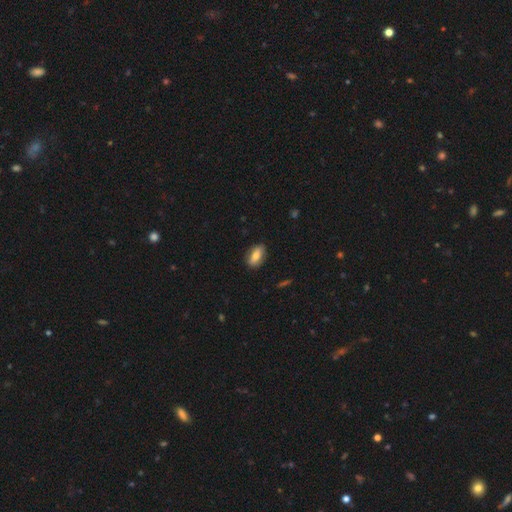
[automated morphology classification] A smooth galaxy with no disk features (66%) that is in between round and cigar-shaped (85%). Merging: none (84%).